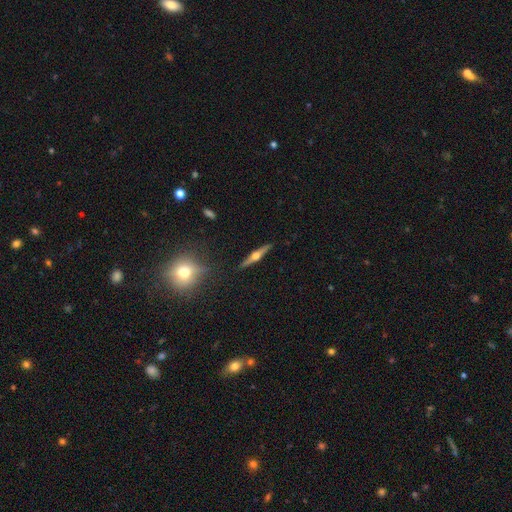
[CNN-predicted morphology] This is likely a featured or disk galaxy (78%). It is clearly viewed edge-on (98%). Edge-on bulge: clearly rounded (95%). Merging: clearly none (90%).